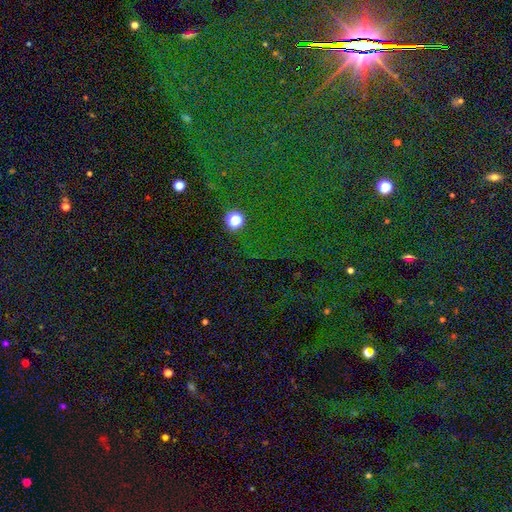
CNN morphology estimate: smooth-or-featured: star or artifact: 68% | smooth: 25% | featured or disk: 8%